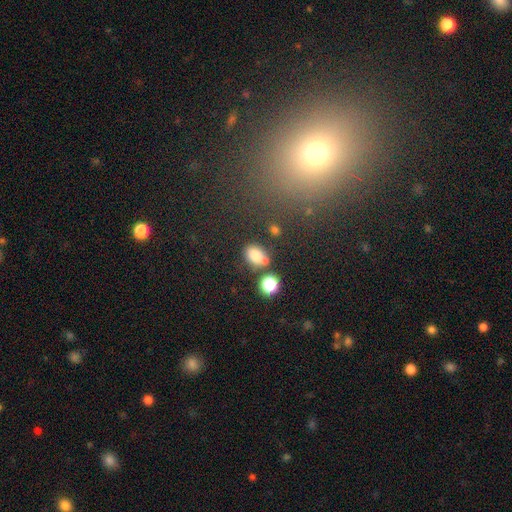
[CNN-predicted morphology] smooth-or-featured: smooth: 78% | star or artifact: 13% | featured or disk: 9%
  how-rounded: in between: 73% | round: 26% | cigar-shaped: 2%
  merging: none: 55% | merger: 22% | minor disturbance: 17% | major disturbance: 6%